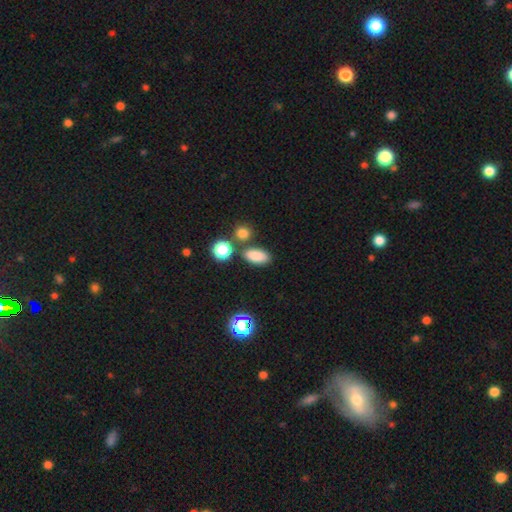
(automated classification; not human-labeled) The model was most divided on "merging": none: 75%, merger: 11%, minor disturbance: 10%, major disturbance: 3%. More confident: how rounded — in between (86%); smooth or featured — smooth (83%).